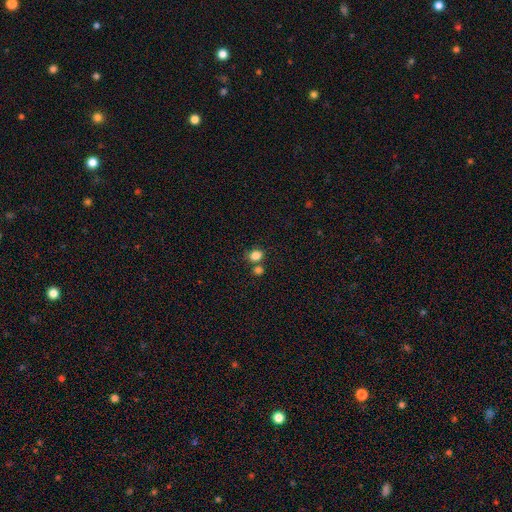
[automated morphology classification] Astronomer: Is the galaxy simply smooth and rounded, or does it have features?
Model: smooth — 83%.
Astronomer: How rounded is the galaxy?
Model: in between — 50% (runner-up: round, 49%).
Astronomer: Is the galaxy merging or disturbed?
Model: none — 61%.